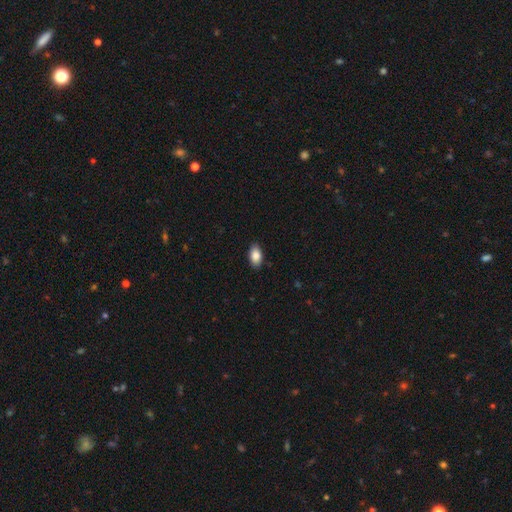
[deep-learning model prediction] A smooth galaxy with no disk features (86%) that is in between round and cigar-shaped (93%).

Vote fractions:
- Smooth or featured? smooth: 86% / star or artifact: 7% / featured or disk: 7%
- How rounded? in between: 93% / round: 4% / cigar-shaped: 3%
- Merging? none: 88% / minor disturbance: 9% / major disturbance: 2% / merger: 1%